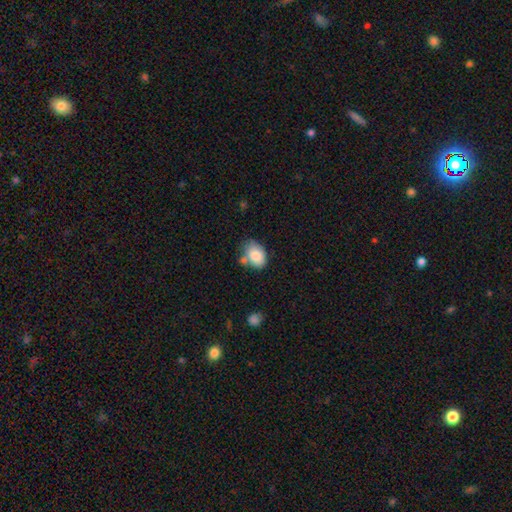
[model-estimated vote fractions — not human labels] The model was most divided on "merging": none: 53%, minor disturbance: 24%, merger: 16%, major disturbance: 6%. More confident: smooth or featured — smooth (83%); how rounded — in between (79%).